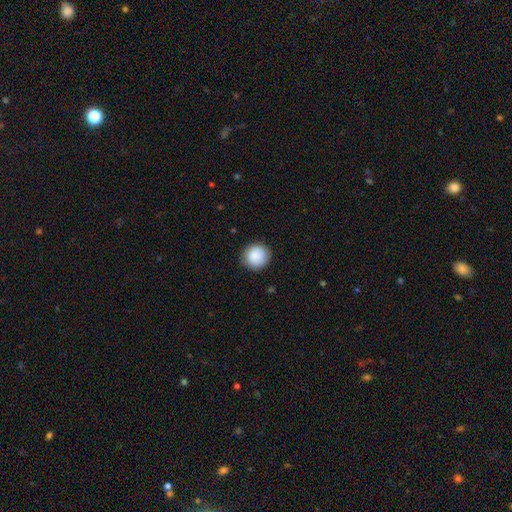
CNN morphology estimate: Smooth or featured?
  - smooth: 89% *
  - star or artifact: 7%
  - featured or disk: 4%
How rounded?
  - round: 93% *
  - in between: 6%
  - cigar-shaped: 1%
Merging?
  - none: 88% *
  - minor disturbance: 9%
  - major disturbance: 2%
  - merger: 1%